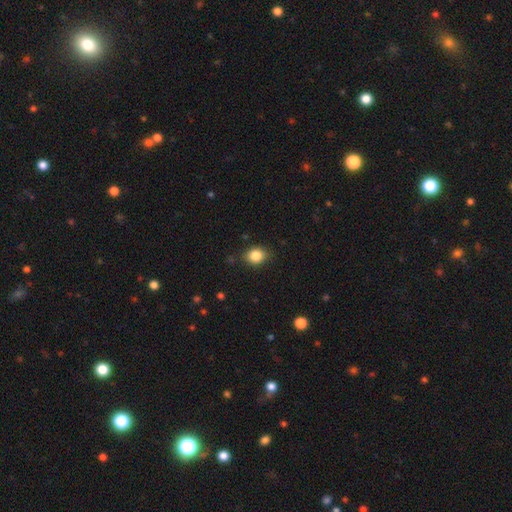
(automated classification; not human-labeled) Q: Smooth or featured?
A: smooth (84%); runner-up: star or artifact (10%)
Q: How rounded?
A: round (54%); runner-up: in between (45%)
Q: Merging?
A: none (83%); runner-up: minor disturbance (13%)